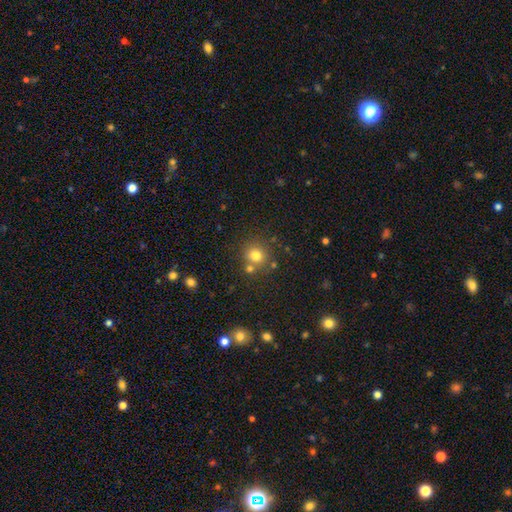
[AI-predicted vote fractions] Smooth or featured? smooth (77%)
How rounded? round (87%)
Merging? none (72%)